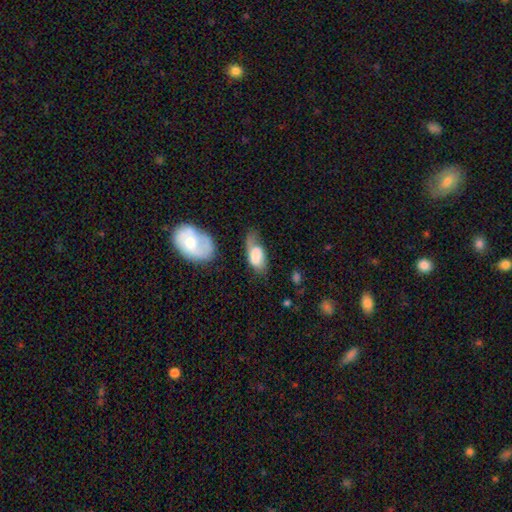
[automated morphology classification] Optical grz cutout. It shows a smooth galaxy with no disk features (67%) that is in between round and cigar-shaped (90%). Merging: minor disturbance (34%).